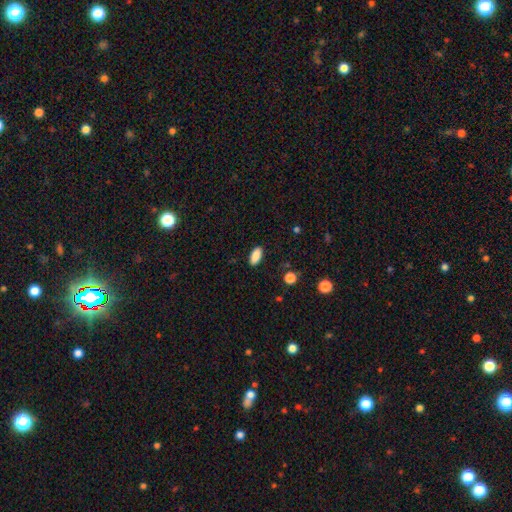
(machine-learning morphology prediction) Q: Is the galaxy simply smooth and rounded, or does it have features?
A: smooth — 88%.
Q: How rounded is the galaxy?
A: in between — 87%.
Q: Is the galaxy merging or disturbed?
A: none — 88%.